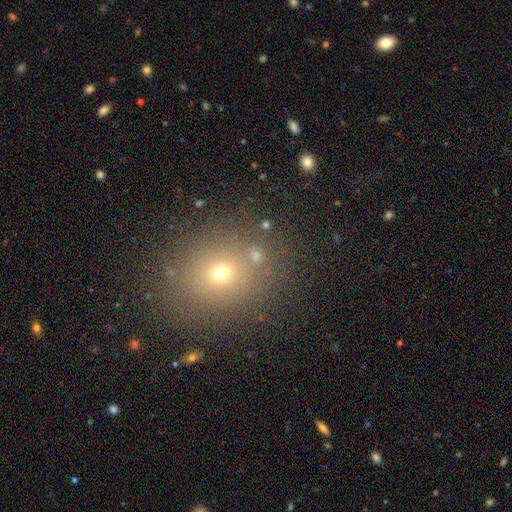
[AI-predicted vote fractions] Q: Smooth or featured?
A: smooth (61%); runner-up: star or artifact (26%)
Q: How rounded?
A: round (70%); runner-up: in between (28%)
Q: Merging?
A: none (76%); runner-up: minor disturbance (10%)